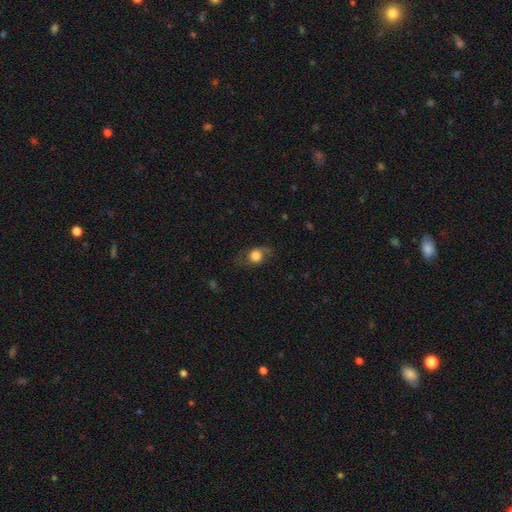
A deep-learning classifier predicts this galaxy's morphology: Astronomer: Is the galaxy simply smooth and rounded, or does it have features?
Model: smooth — 65%.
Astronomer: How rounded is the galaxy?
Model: round — 56% (runner-up: in between, 42%).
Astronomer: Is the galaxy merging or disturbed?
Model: none — 60%.